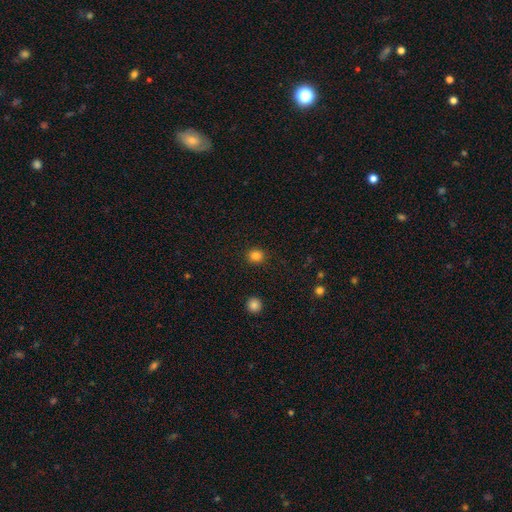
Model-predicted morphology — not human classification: smooth_or_featured: smooth (p=0.84) [alt: star or artifact p=0.12]
how_rounded: round (p=0.86) [alt: in between p=0.13]
merging: none (p=0.91) [alt: minor disturbance p=0.06]